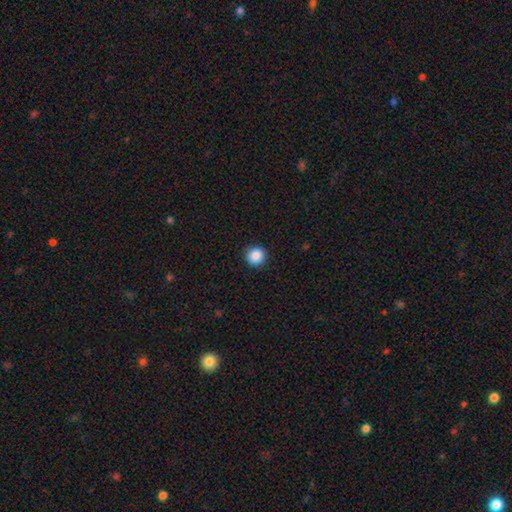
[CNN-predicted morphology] This is clearly a smooth galaxy (88%). How rounded: clearly round (94%). Merging: clearly none (91%).